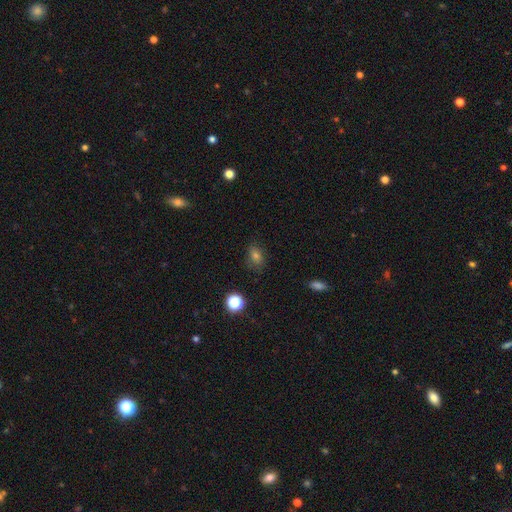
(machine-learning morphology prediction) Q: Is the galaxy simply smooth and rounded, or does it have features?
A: smooth — 68%.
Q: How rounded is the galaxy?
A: in between — 68%.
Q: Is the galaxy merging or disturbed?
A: none — 75%.